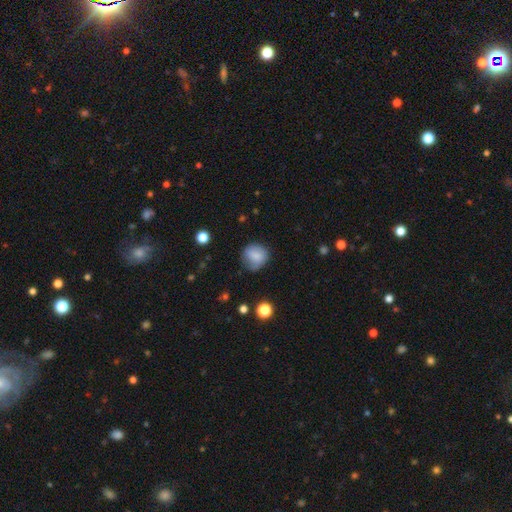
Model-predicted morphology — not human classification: Smooth or featured: smooth — 80% (featured or disk — 11%)
How rounded: round — 81% (in between — 17%)
Merging: none — 64% (minor disturbance — 26%)